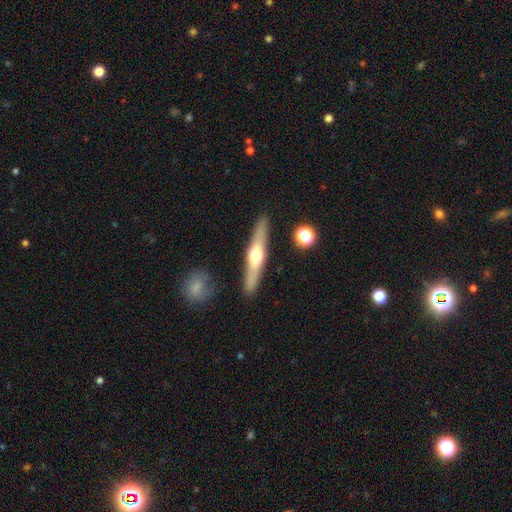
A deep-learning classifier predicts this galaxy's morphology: The model was most divided on "smooth or featured": featured or disk: 59%, smooth: 36%, star or artifact: 5%. More confident: edge-on disk — yes (94%); edge-on bulge — rounded (92%); merging — none (89%).